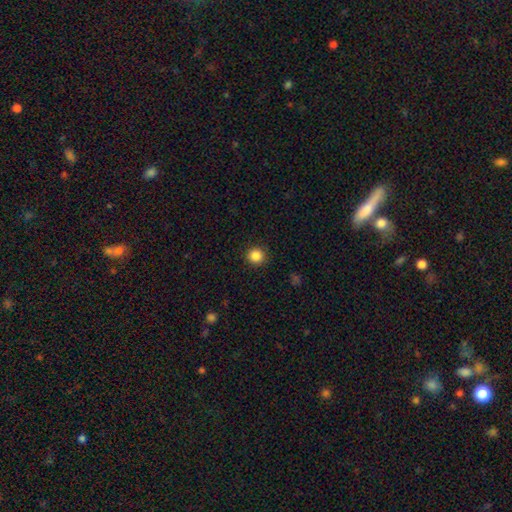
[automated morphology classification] Q: Smooth or featured?
A: smooth (86%); runner-up: star or artifact (10%)
Q: How rounded?
A: round (95%); runner-up: in between (4%)
Q: Merging?
A: none (92%); runner-up: minor disturbance (5%)